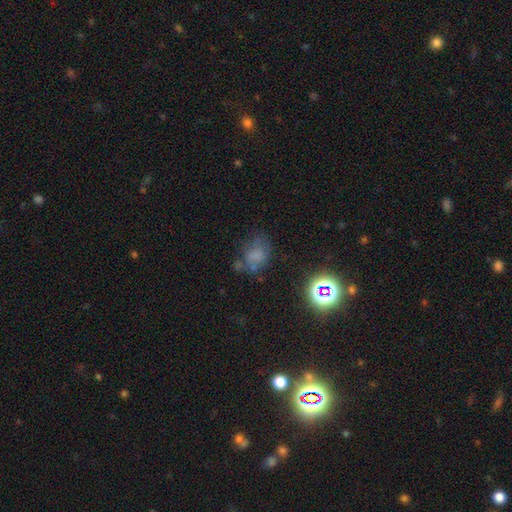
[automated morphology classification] Overall: smooth (50%; star or artifact 26%). How rounded: in between (61%; round 37%). Merging: none (43%; minor disturbance 25%).